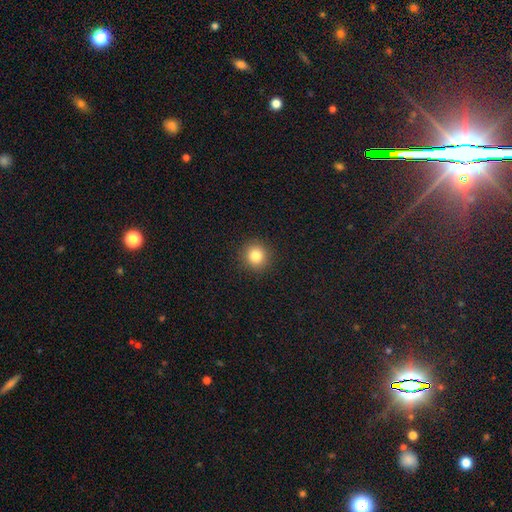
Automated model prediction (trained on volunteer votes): Smooth or featured? Predicted: smooth (p=0.83). How rounded? Predicted: round (p=0.93). Merging? Predicted: none (p=0.92).